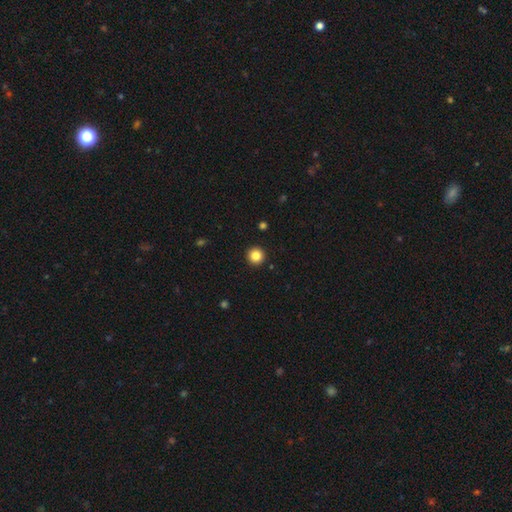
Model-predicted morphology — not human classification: A smooth galaxy with no disk features (85%) that is round (96%). Merging: none (94%).